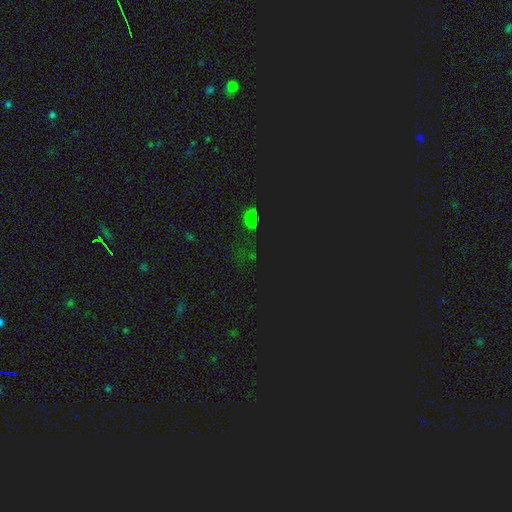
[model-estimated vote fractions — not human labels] The model was most divided on "smooth or featured": star or artifact: 72%, smooth: 20%, featured or disk: 7%.